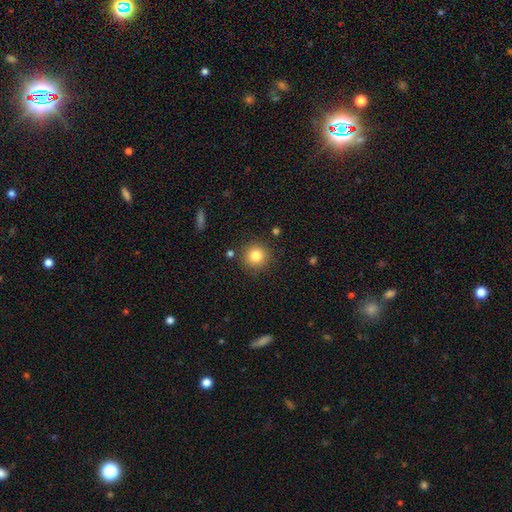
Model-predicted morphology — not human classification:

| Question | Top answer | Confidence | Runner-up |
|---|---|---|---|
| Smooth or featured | smooth | 82% | star or artifact (11%) |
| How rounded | round | 94% | in between (5%) |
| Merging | none | 87% | minor disturbance (7%) |